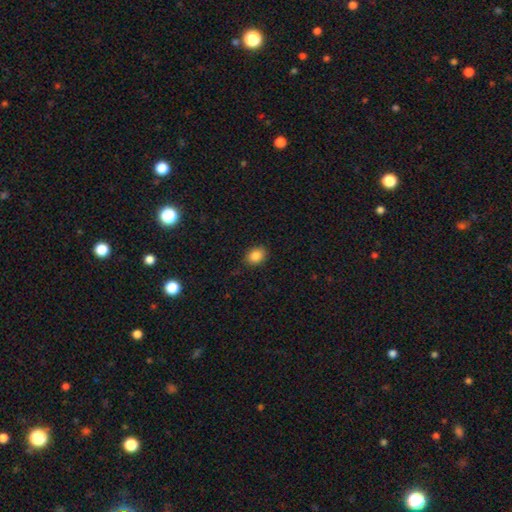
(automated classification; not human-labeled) A smooth galaxy with no disk features (85%) that is in between round and cigar-shaped (53%).

Vote fractions:
- Smooth or featured? smooth: 85% / star or artifact: 10% / featured or disk: 5%
- How rounded? in between: 53% / round: 46% / cigar-shaped: 1%
- Merging? none: 86% / minor disturbance: 10% / major disturbance: 2% / merger: 1%